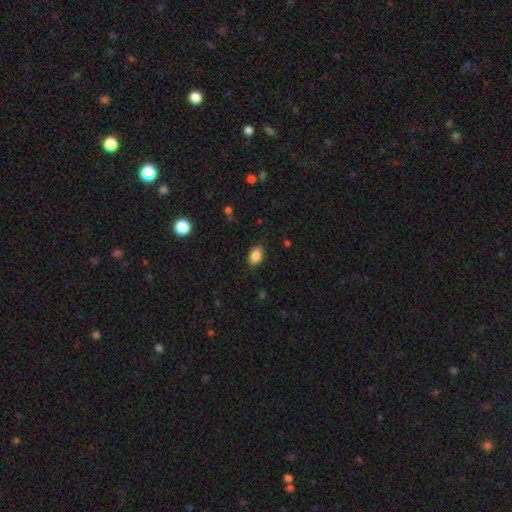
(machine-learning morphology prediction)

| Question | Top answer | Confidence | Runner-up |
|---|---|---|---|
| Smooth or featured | smooth | 87% | star or artifact (8%) |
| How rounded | in between | 87% | round (11%) |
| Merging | none | 86% | minor disturbance (10%) |